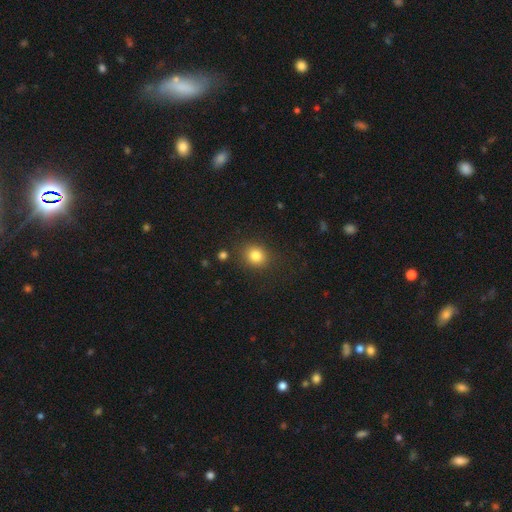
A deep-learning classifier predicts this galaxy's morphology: Smooth or featured? smooth (82%)
How rounded? round (70%)
Merging? none (85%)